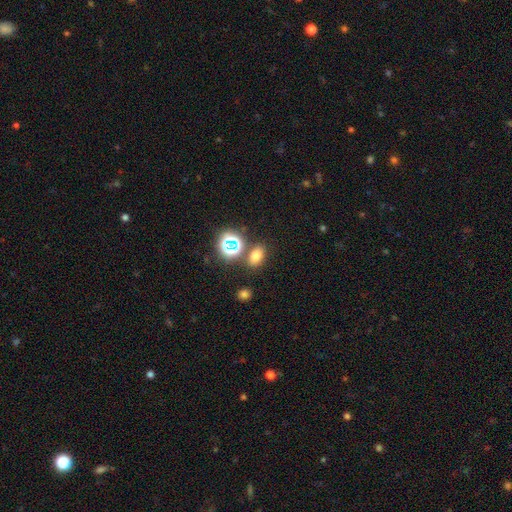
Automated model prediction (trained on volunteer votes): smooth-or-featured: smooth: 68% | star or artifact: 24% | featured or disk: 8%
  how-rounded: in between: 73% | round: 25% | cigar-shaped: 2%
  merging: none: 78% | minor disturbance: 10% | merger: 9% | major disturbance: 3%